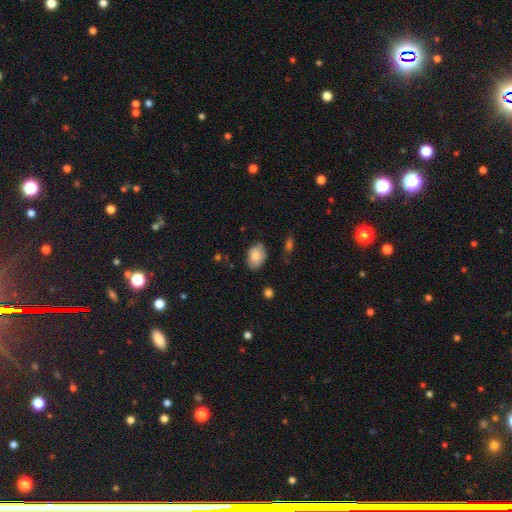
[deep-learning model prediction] smooth_or_featured: smooth (p=0.76) [alt: featured or disk p=0.17]
how_rounded: in between (p=0.82) [alt: round p=0.17]
merging: none (p=0.65) [alt: minor disturbance p=0.26]